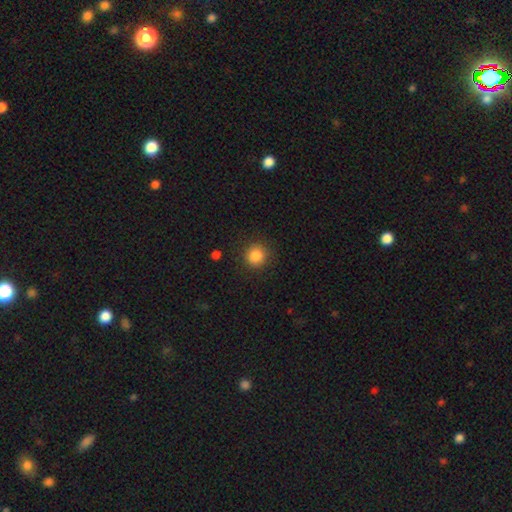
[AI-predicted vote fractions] A smooth galaxy with no disk features (86%) that is round (92%). Merging: none (88%).